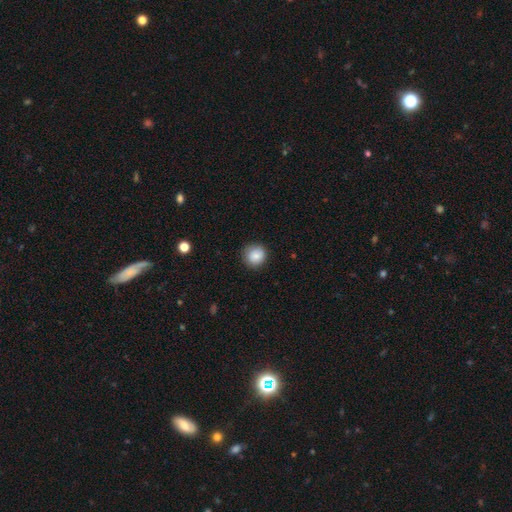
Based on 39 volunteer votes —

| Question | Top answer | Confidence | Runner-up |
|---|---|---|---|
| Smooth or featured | smooth | 85% | featured or disk (8%) |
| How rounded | round | 91% | in between (9%) |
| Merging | none | 75% | minor disturbance (22%) |